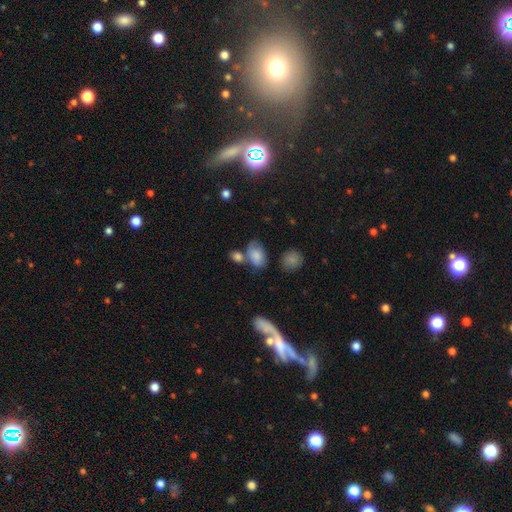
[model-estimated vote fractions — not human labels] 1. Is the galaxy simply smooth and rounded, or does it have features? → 79% smooth, 12% featured or disk, 8% star or artifact.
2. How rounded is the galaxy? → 87% in between, 12% round, 2% cigar-shaped.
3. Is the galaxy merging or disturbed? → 44% none, 26% merger, 21% minor disturbance, 9% major disturbance.